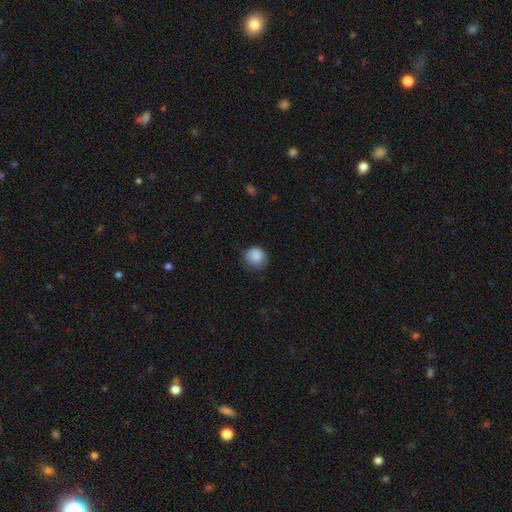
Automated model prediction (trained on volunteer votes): smooth_or_featured: smooth (p=0.87) [alt: star or artifact p=0.08]
how_rounded: round (p=0.87) [alt: in between p=0.12]
merging: none (p=0.71) [alt: minor disturbance p=0.22]